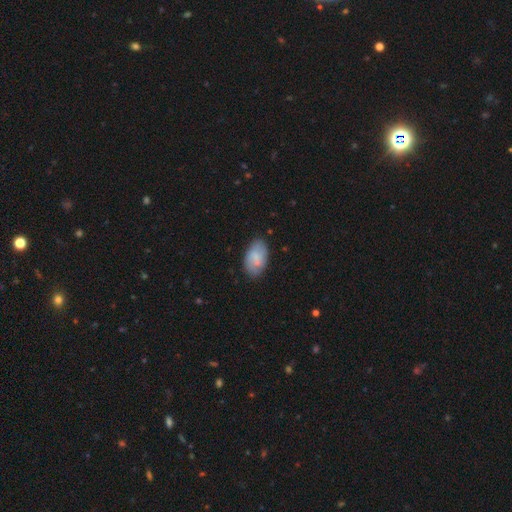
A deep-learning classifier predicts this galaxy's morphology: A smooth galaxy with no disk features (67%) that is in between round and cigar-shaped (94%).

Vote fractions:
- Smooth or featured? smooth: 67% / featured or disk: 26% / star or artifact: 7%
- How rounded? in between: 94% / round: 5% / cigar-shaped: 2%
- Merging? none: 79% / minor disturbance: 16% / major disturbance: 3% / merger: 1%